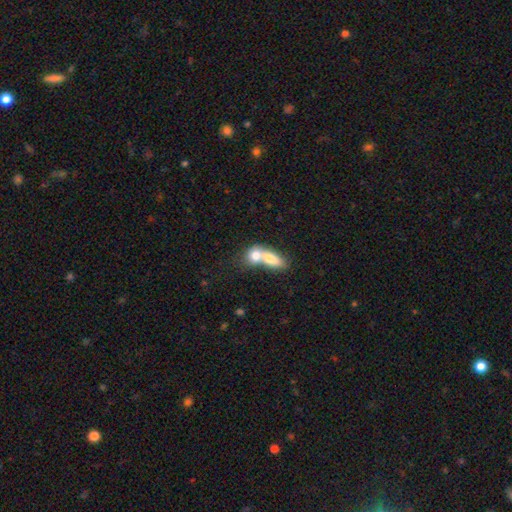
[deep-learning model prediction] This is likely a smooth galaxy (75%). How rounded: likely in between (66%). Merging: likely merger (76%).